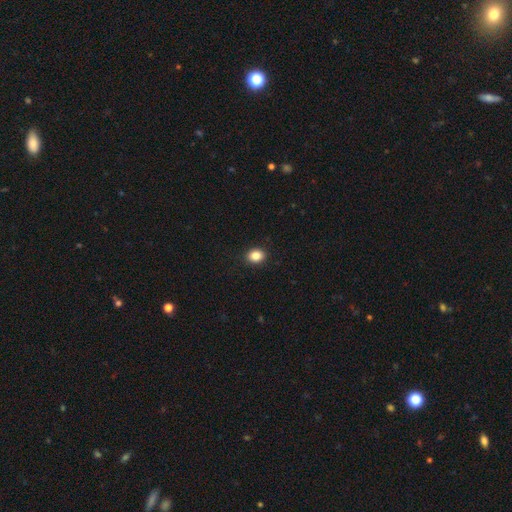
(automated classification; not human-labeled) Smooth or featured? smooth (85%)
How rounded? round (54%)
Merging? none (91%)